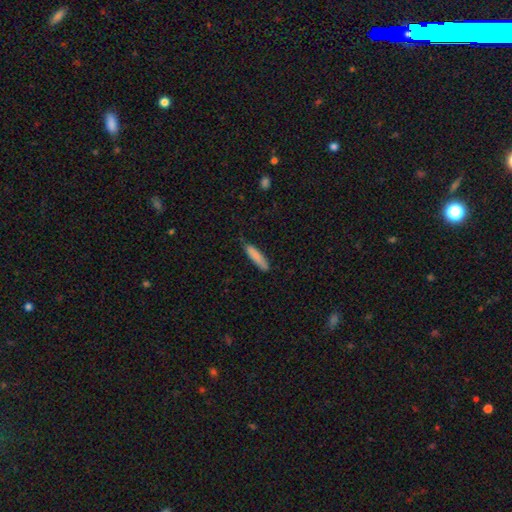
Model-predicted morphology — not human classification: Q: Smooth or featured?
A: smooth (84%); runner-up: featured or disk (10%)
Q: How rounded?
A: cigar-shaped (81%); runner-up: in between (17%)
Q: Merging?
A: none (78%); runner-up: minor disturbance (18%)